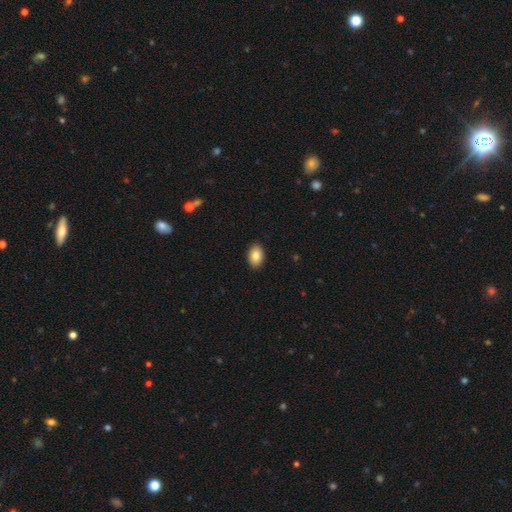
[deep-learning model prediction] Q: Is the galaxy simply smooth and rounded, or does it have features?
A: smooth — 83%.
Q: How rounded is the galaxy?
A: in between — 84%.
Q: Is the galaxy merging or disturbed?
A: none — 90%.